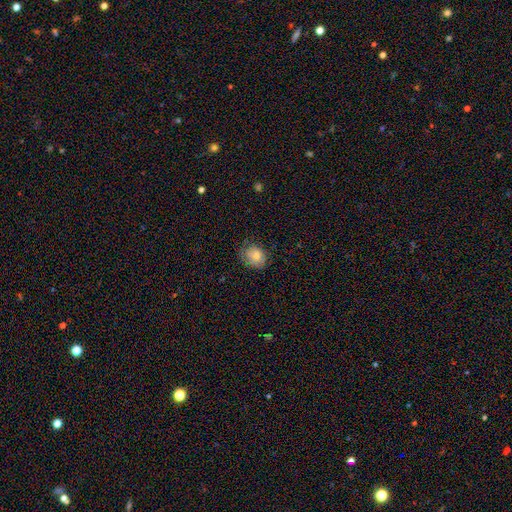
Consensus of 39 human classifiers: Volunteers were most divided on "how rounded": round: 58%, in between: 42%, cigar-shaped: 0%. More confident: smooth or featured — smooth (85%); merging — none (68%).